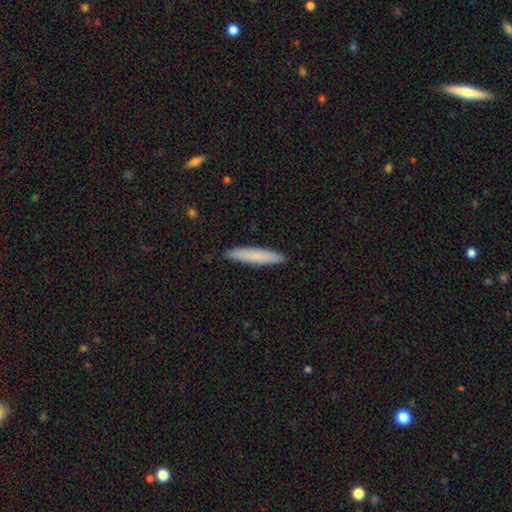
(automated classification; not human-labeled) Morphology: type=smooth (79%); roundness=cigar-shaped (93%); merging=none (92%).